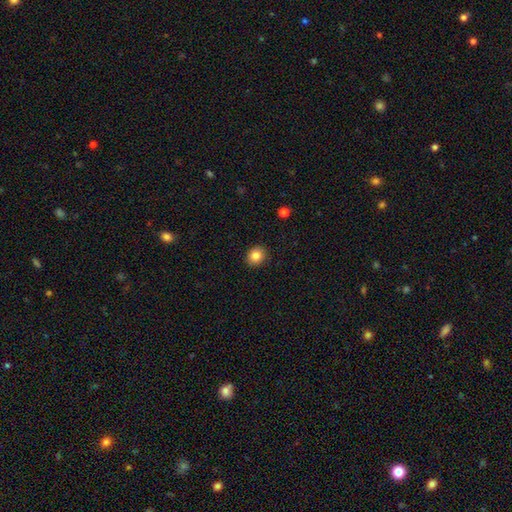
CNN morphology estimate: Smooth or featured: smooth — 84% (star or artifact — 10%)
How rounded: round — 76% (in between — 23%)
Merging: none — 91% (minor disturbance — 6%)